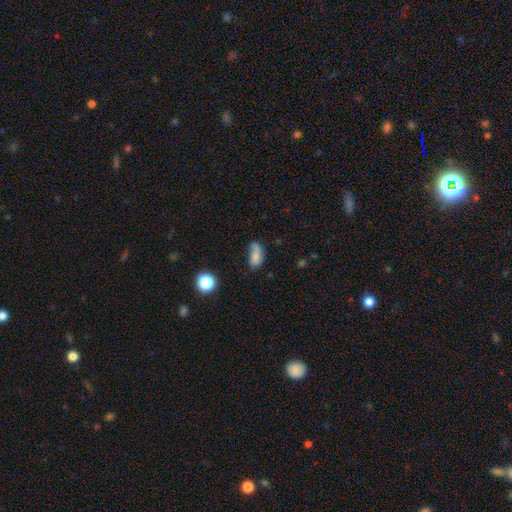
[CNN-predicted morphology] The model was most divided on "merging": none: 36%, minor disturbance: 28%, major disturbance: 22%, merger: 14%. More confident: how rounded — in between (84%); smooth or featured — smooth (68%).